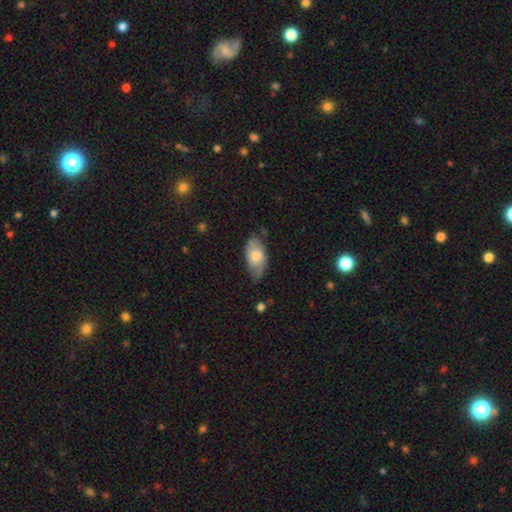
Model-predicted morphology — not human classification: type=smooth (62%); roundness=in between (92%); merging=none (65%).